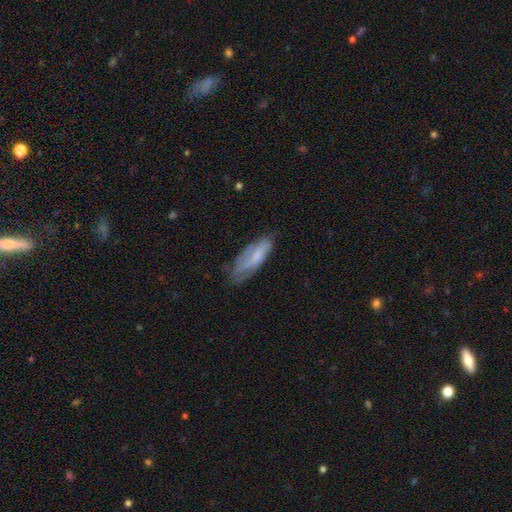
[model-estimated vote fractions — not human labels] The model was most divided on "how rounded": in between: 55%, cigar-shaped: 44%, round: 2%. More confident: merging — none (55%); smooth or featured — smooth (52%).